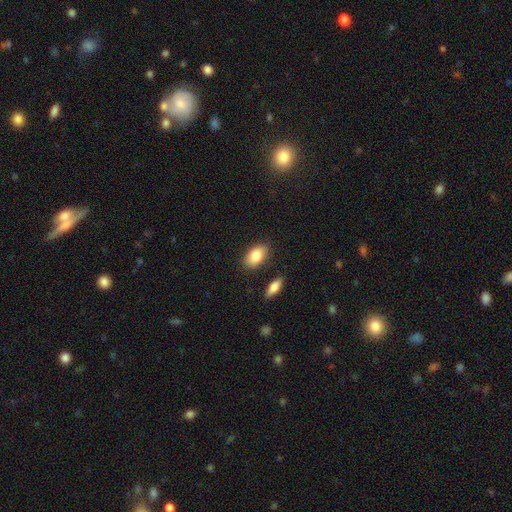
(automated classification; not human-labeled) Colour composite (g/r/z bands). It shows a smooth galaxy with no disk features (83%) that is in between round and cigar-shaped (90%). Merging: none (82%).